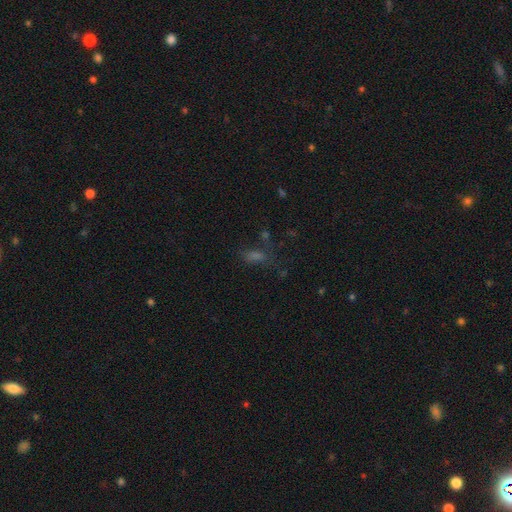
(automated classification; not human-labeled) Morphology: type=smooth (51%); roundness=in between (71%); merging=none (59%).